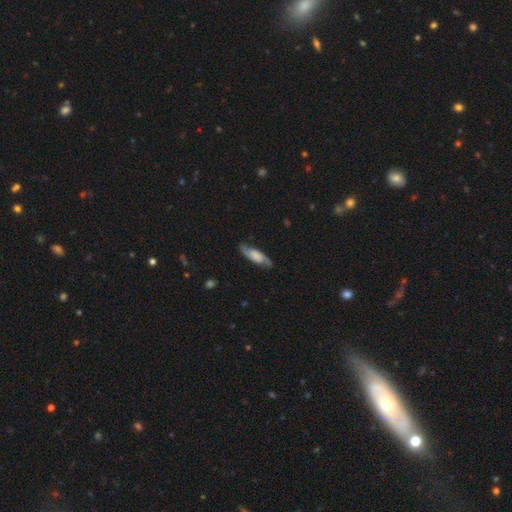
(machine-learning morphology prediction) Smooth or featured?
  - featured or disk: 57% *
  - smooth: 37%
  - star or artifact: 6%
Edge-on disk?
  - no: 77% *
  - yes: 23%
Merging?
  - none: 82% *
  - minor disturbance: 14%
  - major disturbance: 3%
  - merger: 1%